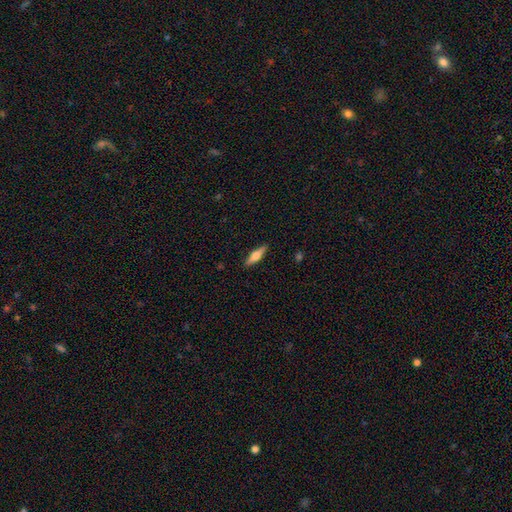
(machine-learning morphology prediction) Overall: smooth (48%; featured or disk 46%). Merging: none (89%).